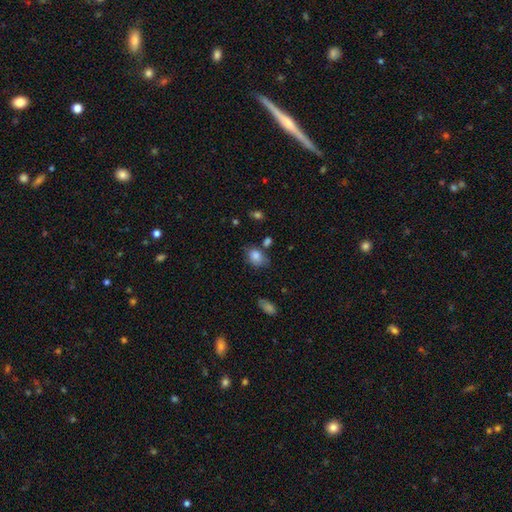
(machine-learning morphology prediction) Overall: smooth (82%). How rounded: in between (67%; round 31%). Merging: none (56%; minor disturbance 27%).